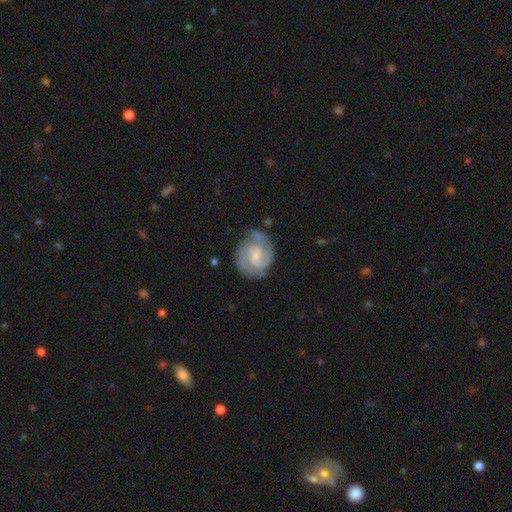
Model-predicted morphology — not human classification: smooth_or_featured: featured or disk (p=0.80) [alt: smooth p=0.14]
disk_edge_on: no (p=0.98) [alt: yes p=0.02]
bar: weak (p=0.48) [alt: no p=0.45]
has_spiral_arms: yes (p=0.95) [alt: no p=0.05]
spiral_winding: medium (p=0.47) [alt: tight p=0.40]
spiral_arm_count: 2 (p=0.58) [alt: 3 p=0.20]
bulge_size: small (p=0.46) [alt: moderate p=0.37]
merging: none (p=0.68) [alt: minor disturbance p=0.21]